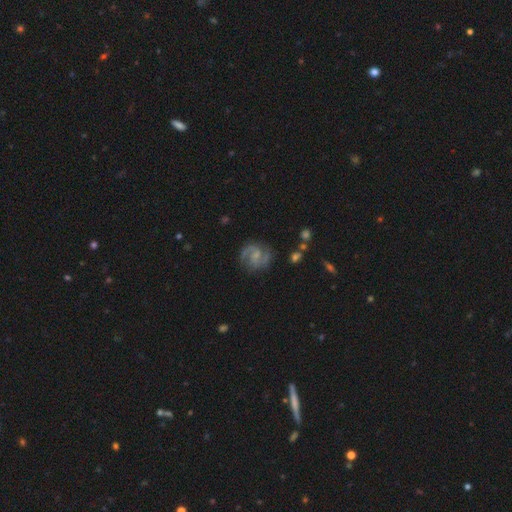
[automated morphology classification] featured or disk 84%, smooth 9%, star or artifact 6%. Down the decision tree: edge-on disk — no (98%); bar — weak (52%); spiral arms — yes (97%); spiral arm count — 2 (90%); spiral winding — medium (58%); bulge size — small (44%); merging — none (77%).